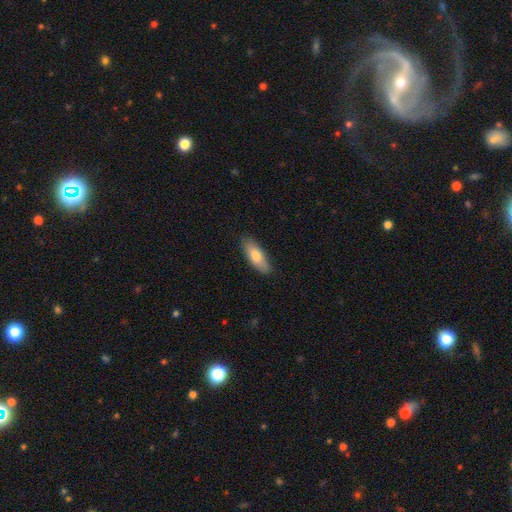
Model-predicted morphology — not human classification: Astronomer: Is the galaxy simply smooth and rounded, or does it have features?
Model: smooth — 76%.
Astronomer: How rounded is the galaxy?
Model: in between — 69%.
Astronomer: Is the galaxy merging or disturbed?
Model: none — 85%.